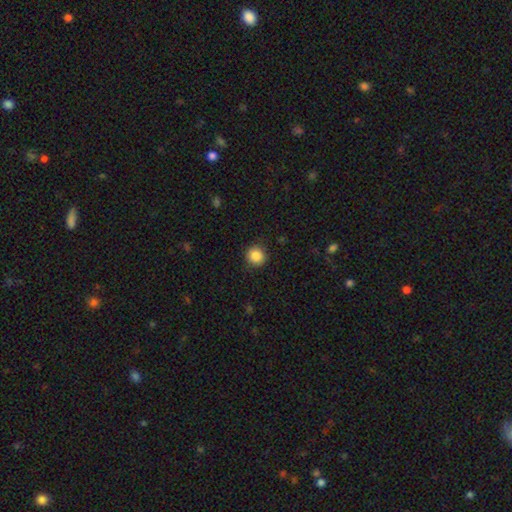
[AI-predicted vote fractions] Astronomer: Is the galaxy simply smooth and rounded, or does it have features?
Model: smooth — 87%.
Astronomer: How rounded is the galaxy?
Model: round — 93%.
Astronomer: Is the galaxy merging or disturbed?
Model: none — 90%.